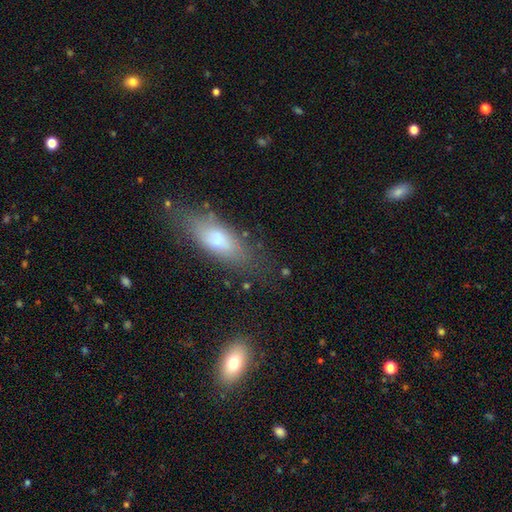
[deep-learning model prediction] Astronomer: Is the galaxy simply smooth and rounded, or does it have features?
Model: smooth — 63%.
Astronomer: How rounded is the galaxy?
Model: in between — 59% (runner-up: cigar-shaped, 38%).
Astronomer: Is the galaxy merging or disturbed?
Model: none — 74%.